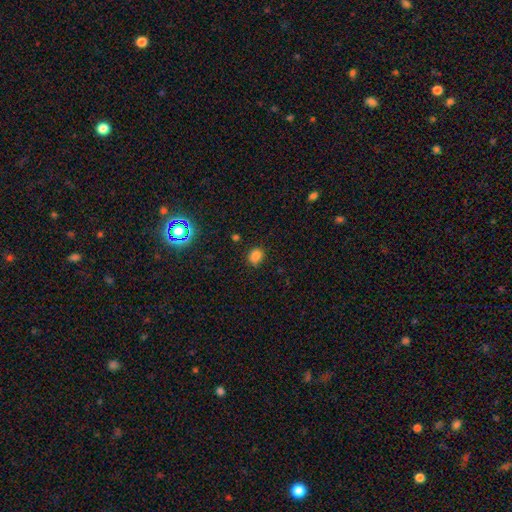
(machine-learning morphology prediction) Smooth or featured? smooth (80%)
How rounded? round (54%)
Merging? none (79%)